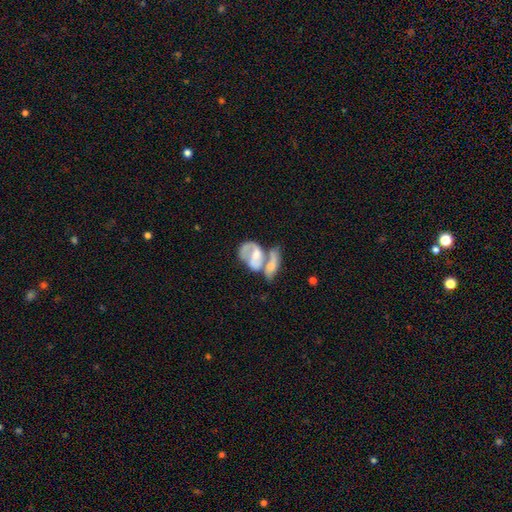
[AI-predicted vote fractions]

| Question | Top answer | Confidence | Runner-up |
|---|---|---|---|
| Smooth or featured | featured or disk | 63% | smooth (30%) |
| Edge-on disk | no | 94% | yes (6%) |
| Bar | no | 52% | weak (32%) |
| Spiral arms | yes | 60% | no (40%) |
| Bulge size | moderate | 54% | small (21%) |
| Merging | merger | 66% | none (15%) |